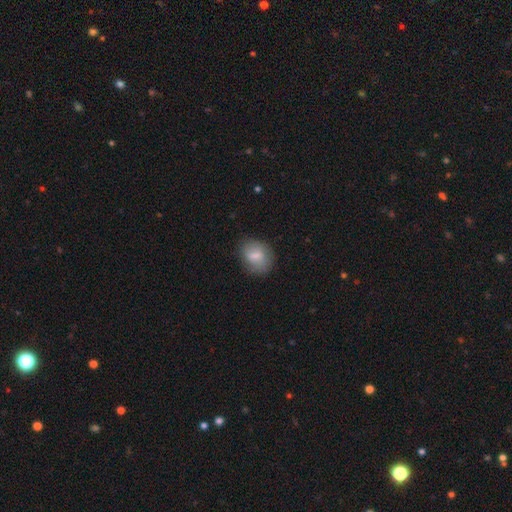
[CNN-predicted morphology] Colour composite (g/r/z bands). It shows a smooth galaxy with no disk features (73%) that is in between round and cigar-shaped (57%). Merging: none (74%).